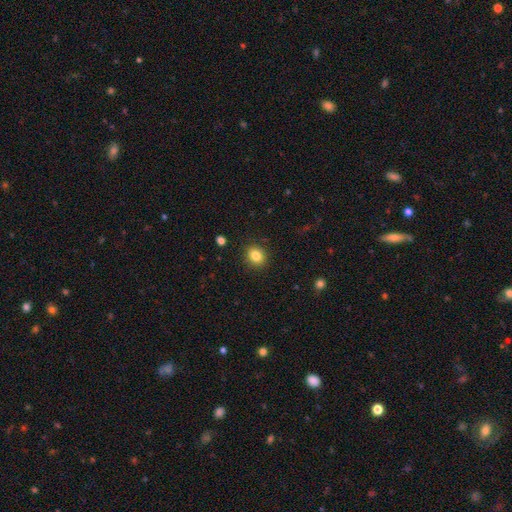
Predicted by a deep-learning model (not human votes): This is clearly a smooth galaxy (83%). How rounded: likely round (70%). Merging: clearly none (90%).